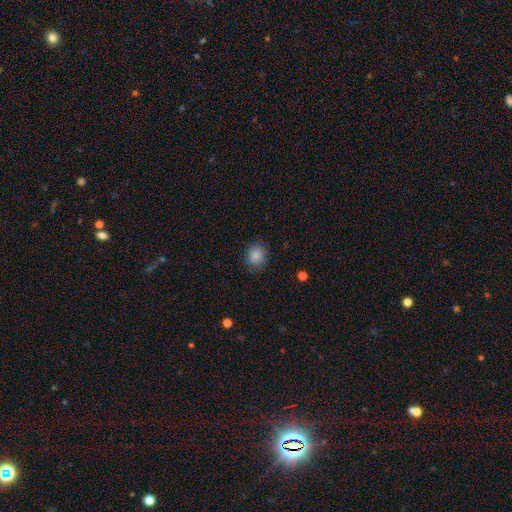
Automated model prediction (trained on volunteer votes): This appears to be a smooth galaxy with no disk features (87%) that is round (68%). Merging: none (82%).